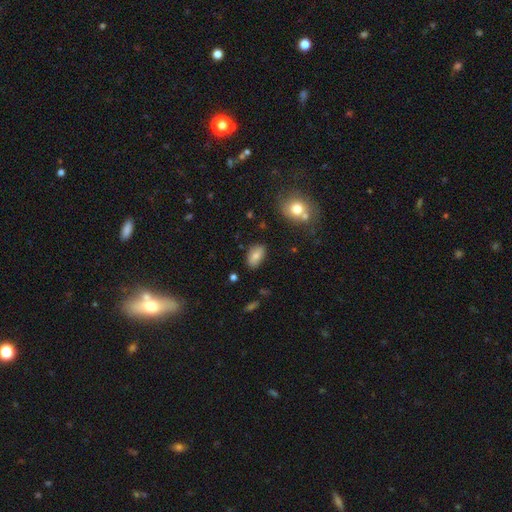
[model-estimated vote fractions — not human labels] smooth 79%, featured or disk 11%, star or artifact 9%. Down the decision tree: how rounded — in between (92%); merging — none (83%).